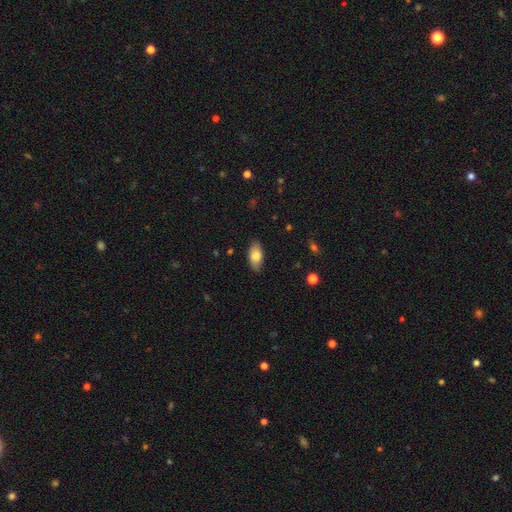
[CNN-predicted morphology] Smooth or featured? smooth (79%)
How rounded? in between (92%)
Merging? none (83%)